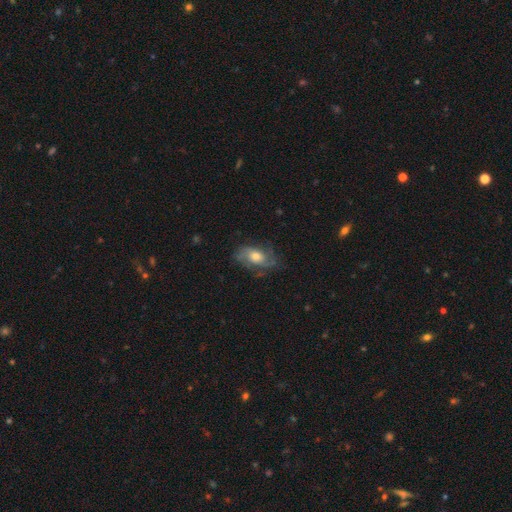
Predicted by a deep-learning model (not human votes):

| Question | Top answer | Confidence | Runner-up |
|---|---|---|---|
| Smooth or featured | featured or disk | 69% | smooth (23%) |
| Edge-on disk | no | 94% | yes (6%) |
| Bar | no | 72% | weak (23%) |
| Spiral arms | yes | 87% | no (13%) |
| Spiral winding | medium | 44% | tight (34%) |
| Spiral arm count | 2 | 50% | can't tell (24%) |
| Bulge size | moderate | 64% | large (19%) |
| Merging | none | 67% | minor disturbance (21%) |